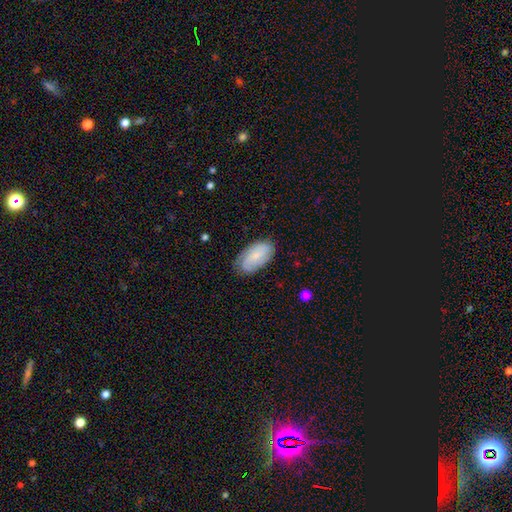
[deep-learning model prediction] This appears to be a smooth galaxy with no disk features (60%) that is in between round and cigar-shaped (94%). Merging: none (76%).